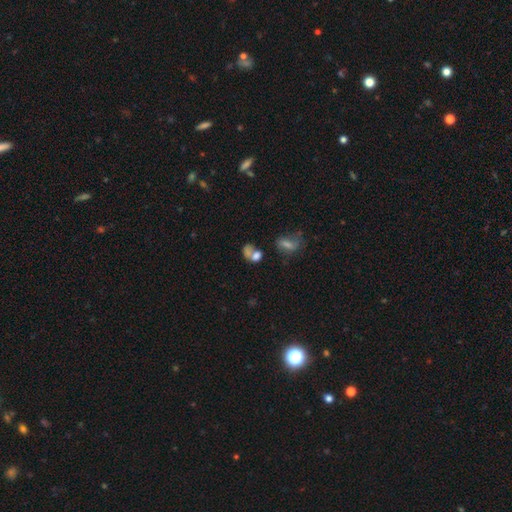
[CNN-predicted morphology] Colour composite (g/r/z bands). It shows a smooth galaxy with no disk features (67%) that is in between round and cigar-shaped (62%). Merging: merger (47%).